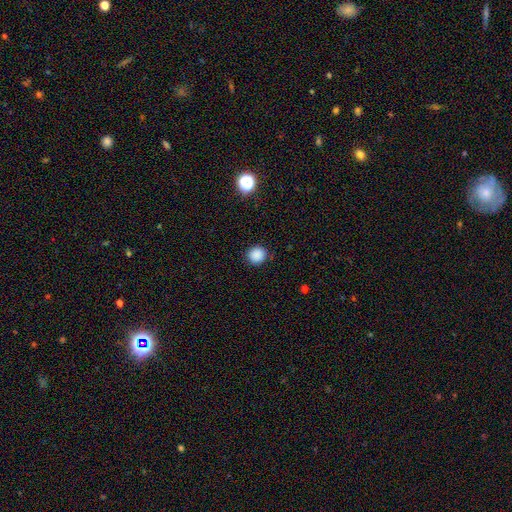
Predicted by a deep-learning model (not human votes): Smooth or featured? smooth (86%)
How rounded? round (92%)
Merging? none (89%)